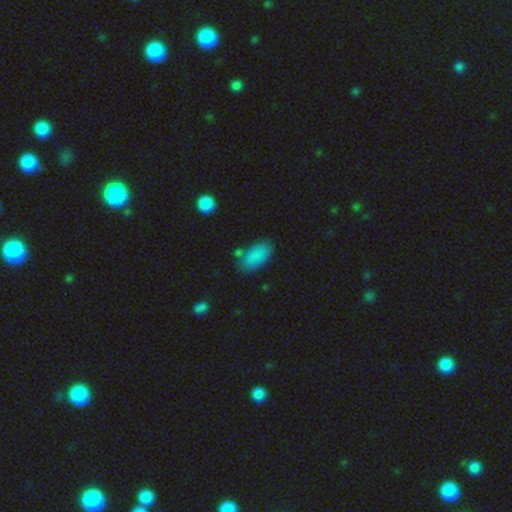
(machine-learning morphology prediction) A smooth galaxy with no disk features (85%) that is in between round and cigar-shaped (91%).

Vote fractions:
- Smooth or featured? smooth: 85% / star or artifact: 8% / featured or disk: 7%
- How rounded? in between: 91% / cigar-shaped: 5% / round: 3%
- Merging? none: 72% / minor disturbance: 17% / merger: 6% / major disturbance: 5%